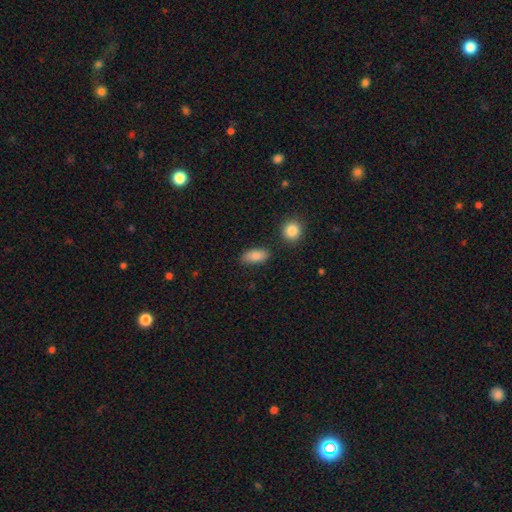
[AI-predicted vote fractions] Overall: smooth (83%). How rounded: in between (88%). Merging: none (80%).